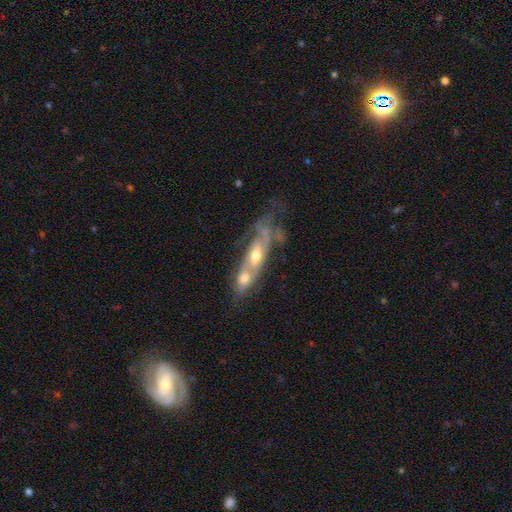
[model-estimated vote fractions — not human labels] Smooth or featured? Predicted: featured or disk (p=0.67). Edge-on disk? Predicted: no (p=0.77). Bar? Predicted: no (p=0.77). Spiral arms? Predicted: no (p=0.51). Bulge size? Predicted: moderate (p=0.62). Merging? Predicted: merger (p=0.58).